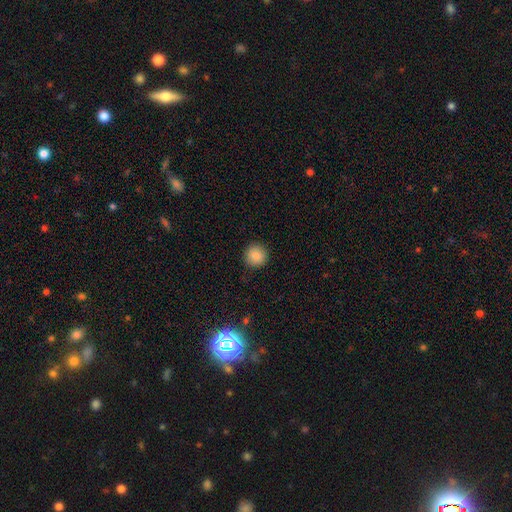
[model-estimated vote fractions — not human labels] A smooth galaxy with no disk features (85%) that is round (95%). Merging: none (92%).